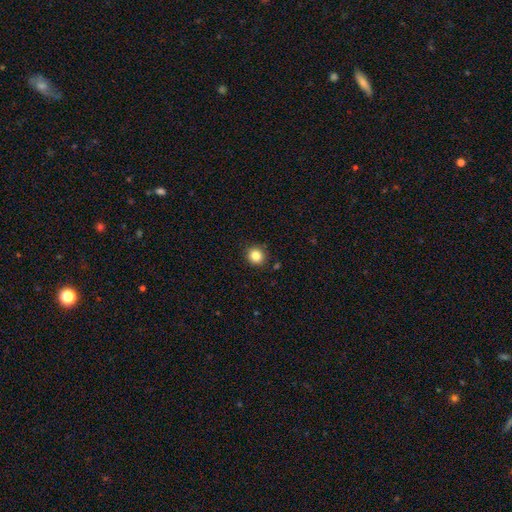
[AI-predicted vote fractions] The model was most divided on "smooth or featured": smooth: 84%, star or artifact: 11%, featured or disk: 5%. More confident: merging — none (90%); how rounded — round (89%).